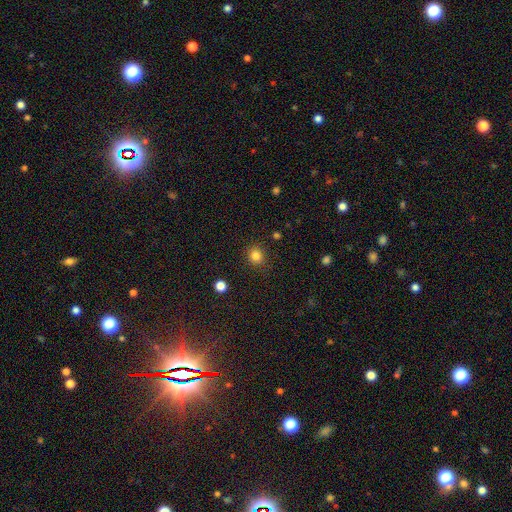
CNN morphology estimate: A smooth galaxy with no disk features (83%) that is round (85%). Merging: none (88%).